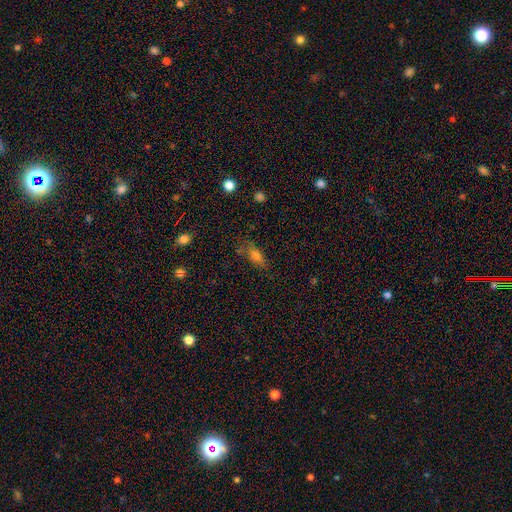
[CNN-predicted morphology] The model was most divided on "merging": none: 65%, minor disturbance: 22%, major disturbance: 8%, merger: 5%. More confident: how rounded — in between (74%); smooth or featured — smooth (71%).